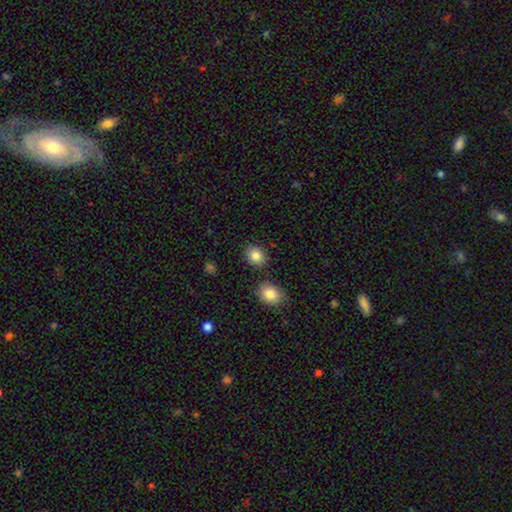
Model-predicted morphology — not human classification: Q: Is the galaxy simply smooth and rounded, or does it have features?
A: smooth — 86%.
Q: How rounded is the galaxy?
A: round — 53%.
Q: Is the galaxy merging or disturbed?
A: none — 82%.